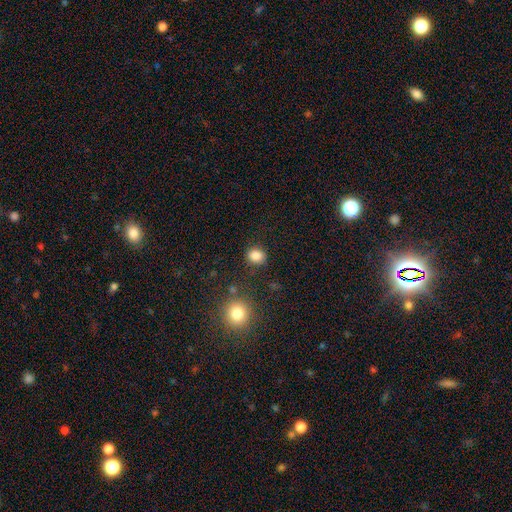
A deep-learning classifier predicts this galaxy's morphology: type=smooth (85%); roundness=round (67%); merging=none (83%).